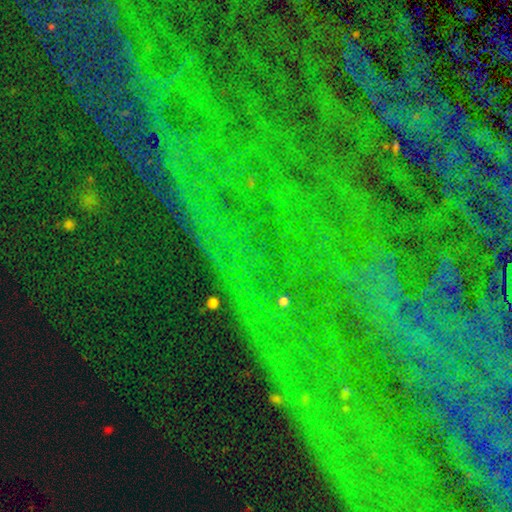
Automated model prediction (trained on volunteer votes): smooth_or_featured: star or artifact (p=0.84) [alt: featured or disk p=0.09]